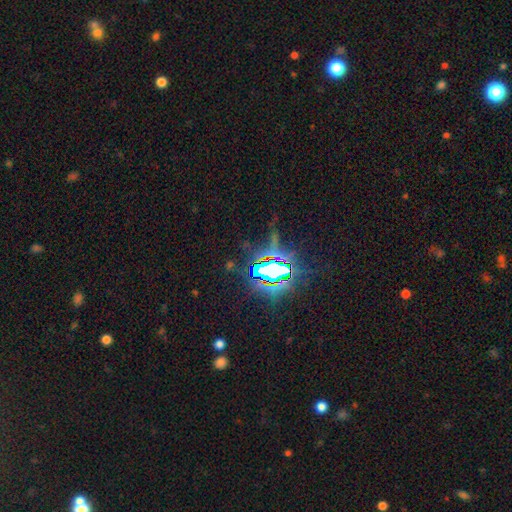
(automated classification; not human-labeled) The model was most divided on "smooth or featured": star or artifact: 82%, smooth: 9%, featured or disk: 9%.